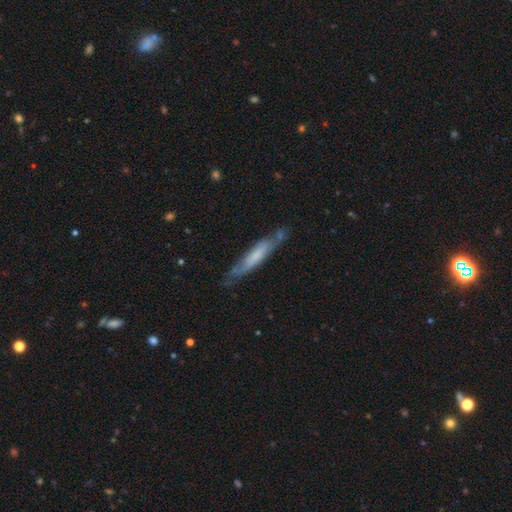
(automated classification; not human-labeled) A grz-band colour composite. It shows a featured or disk galaxy (49%). Merging: none (67%).